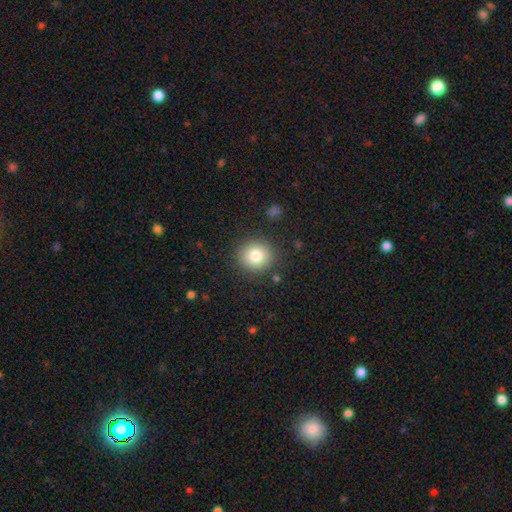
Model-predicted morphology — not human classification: type=smooth (82%); roundness=round (86%); merging=none (88%).